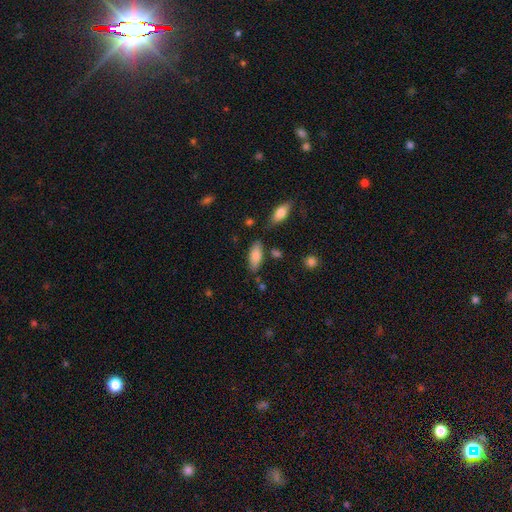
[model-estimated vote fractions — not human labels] smooth_or_featured: smooth (p=0.82) [alt: featured or disk p=0.11]
how_rounded: in between (p=0.81) [alt: cigar-shaped p=0.17]
merging: none (p=0.74) [alt: minor disturbance p=0.15]